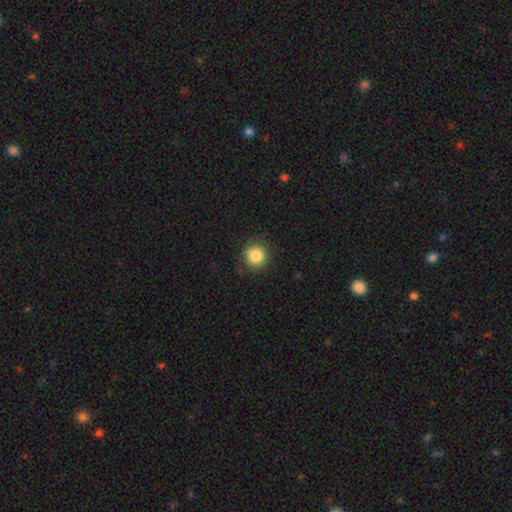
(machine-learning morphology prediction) Smooth or featured?
  - smooth: 85% *
  - star or artifact: 10%
  - featured or disk: 5%
How rounded?
  - round: 93% *
  - in between: 6%
  - cigar-shaped: 1%
Merging?
  - none: 86% *
  - minor disturbance: 10%
  - major disturbance: 3%
  - merger: 1%